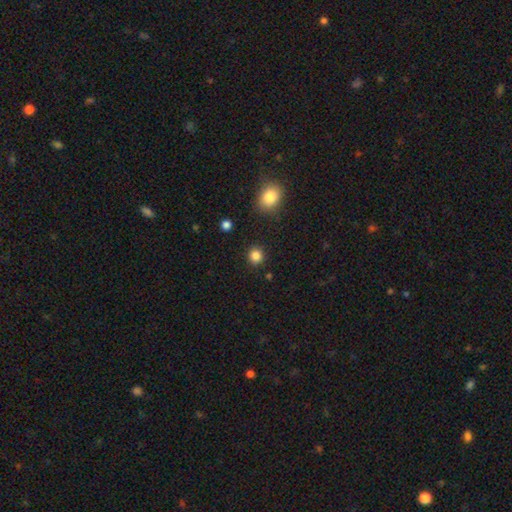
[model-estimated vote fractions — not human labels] This is clearly a smooth galaxy (86%). How rounded: clearly round (88%). Merging: clearly none (90%).